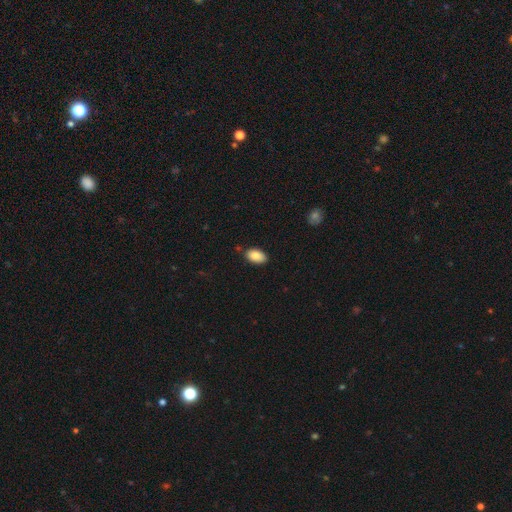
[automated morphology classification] Overall: smooth (85%). How rounded: in between (93%). Merging: none (84%).